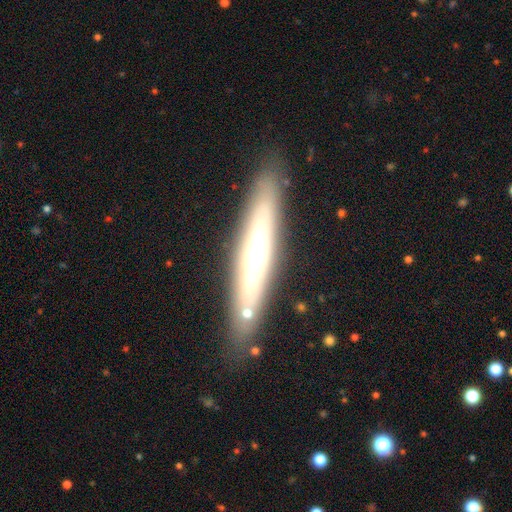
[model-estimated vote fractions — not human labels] This is likely a featured or disk galaxy (60%). It is likely viewed edge-on (78%). Merging: clearly none (84%).